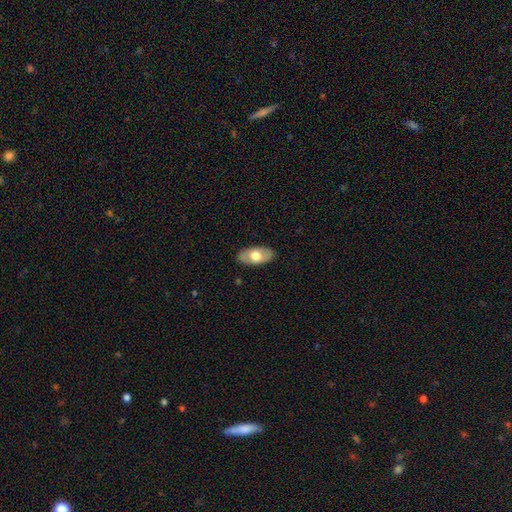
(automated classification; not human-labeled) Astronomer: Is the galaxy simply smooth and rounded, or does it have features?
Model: smooth — 62%.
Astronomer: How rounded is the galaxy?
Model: in between — 94%.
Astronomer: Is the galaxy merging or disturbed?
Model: none — 87%.